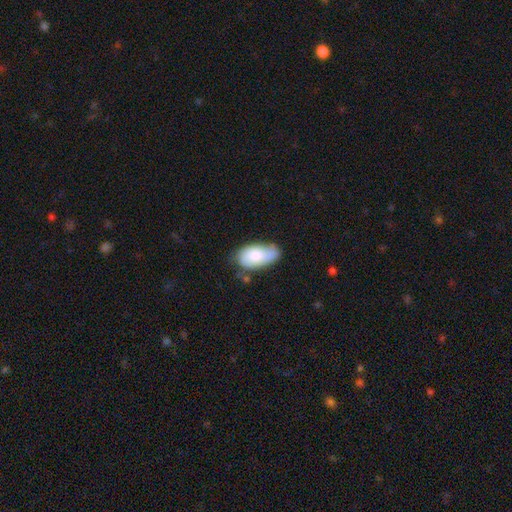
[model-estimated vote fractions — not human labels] Smooth or featured?
  - smooth: 71% *
  - featured or disk: 23%
  - star or artifact: 6%
How rounded?
  - in between: 94% *
  - round: 3%
  - cigar-shaped: 3%
Merging?
  - none: 50% *
  - minor disturbance: 34%
  - major disturbance: 9%
  - merger: 7%